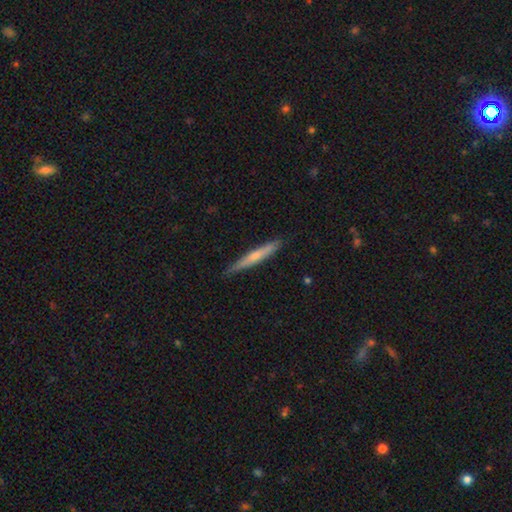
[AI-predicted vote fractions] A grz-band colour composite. It shows a smooth galaxy with no disk features (55%) that is cigar-shaped (95%). Merging: none (86%).